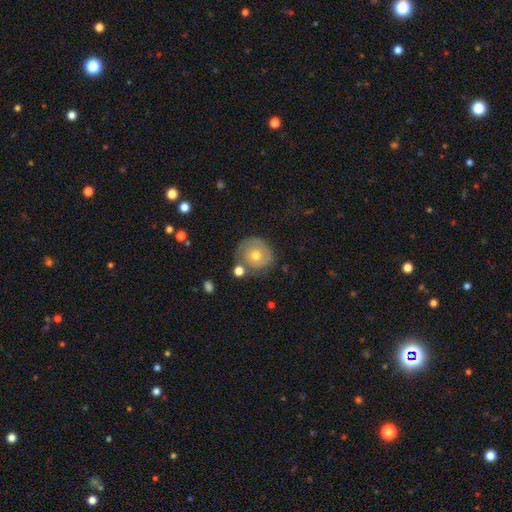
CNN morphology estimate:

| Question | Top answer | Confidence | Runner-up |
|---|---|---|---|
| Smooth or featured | smooth | 49% | featured or disk (43%) |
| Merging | none | 66% | minor disturbance (18%) |